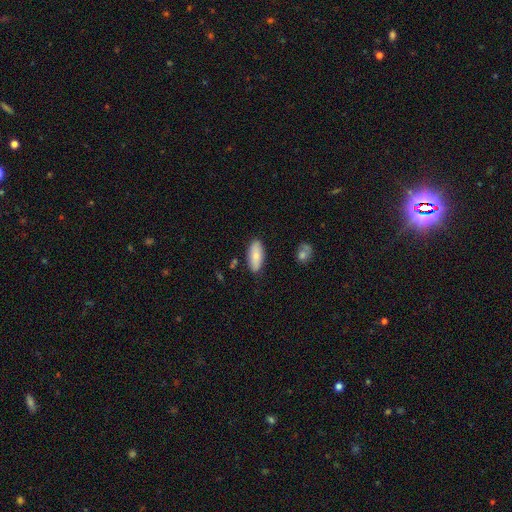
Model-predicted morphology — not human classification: Q: Smooth or featured?
A: smooth (78%); runner-up: featured or disk (16%)
Q: How rounded?
A: in between (83%); runner-up: cigar-shaped (14%)
Q: Merging?
A: none (83%); runner-up: minor disturbance (12%)